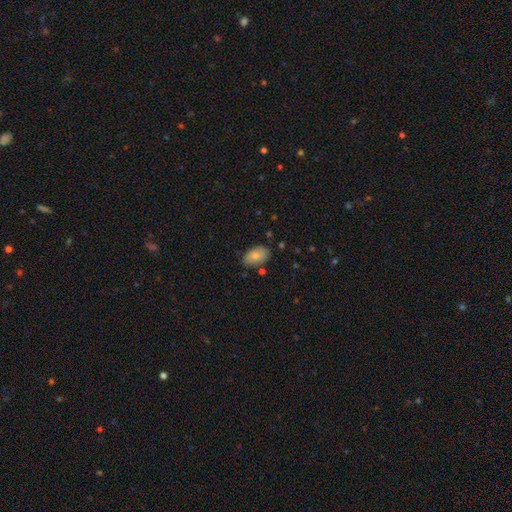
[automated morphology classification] Smooth or featured? Predicted: smooth (p=0.80). How rounded? Predicted: in between (p=0.92). Merging? Predicted: none (p=0.75).